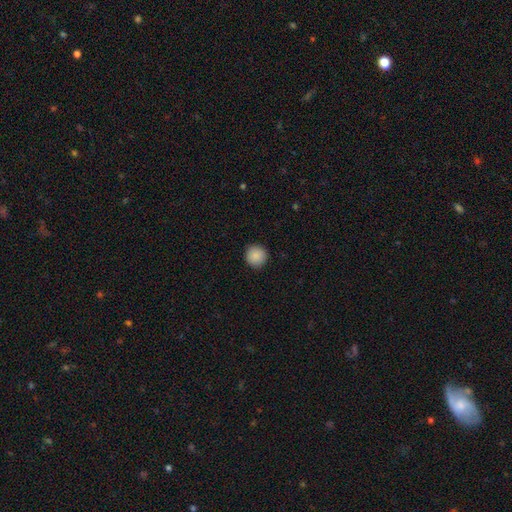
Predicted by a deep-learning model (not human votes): Overall: smooth (88%). How rounded: round (96%). Merging: none (92%).